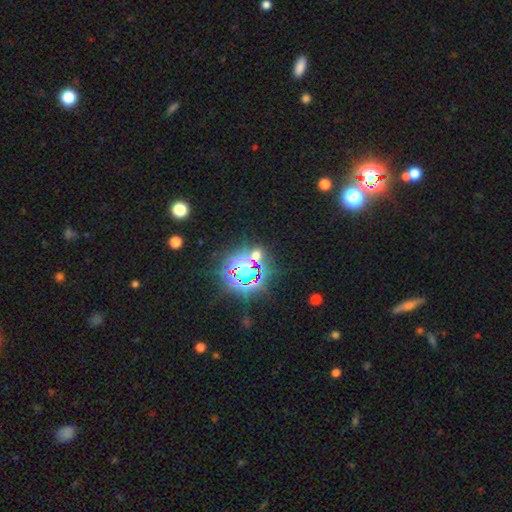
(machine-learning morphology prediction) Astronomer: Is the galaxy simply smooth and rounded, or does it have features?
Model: star or artifact — 77%.